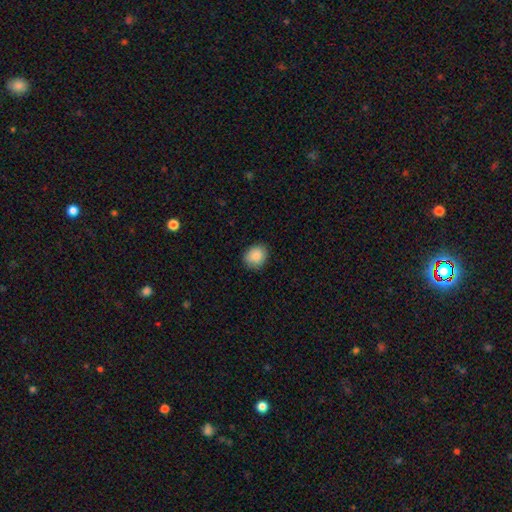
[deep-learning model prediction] This is clearly a smooth galaxy (88%). How rounded: likely round (60%). Merging: clearly none (86%).